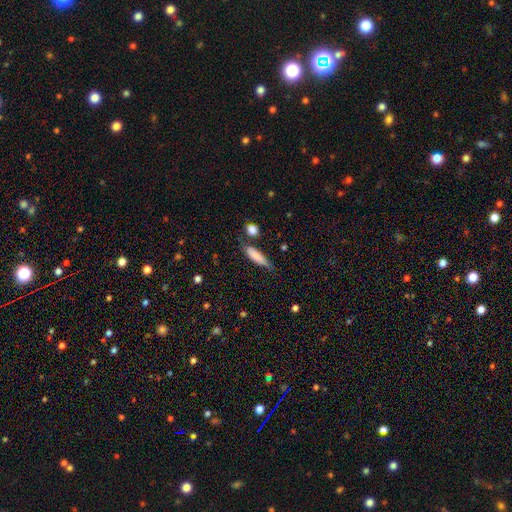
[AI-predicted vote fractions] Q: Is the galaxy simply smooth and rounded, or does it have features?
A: smooth — 77%.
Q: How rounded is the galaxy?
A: cigar-shaped — 69%.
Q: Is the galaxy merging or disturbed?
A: none — 61%.